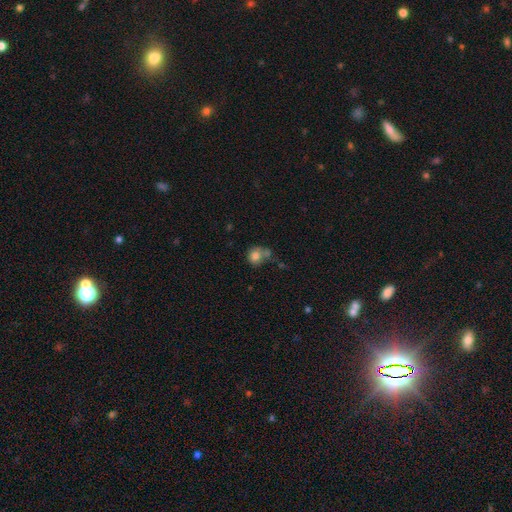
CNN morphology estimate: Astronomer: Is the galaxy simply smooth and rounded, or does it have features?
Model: smooth — 79%.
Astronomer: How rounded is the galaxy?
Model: round — 76%.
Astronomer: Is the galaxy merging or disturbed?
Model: none — 42% (runner-up: merger, 30%).